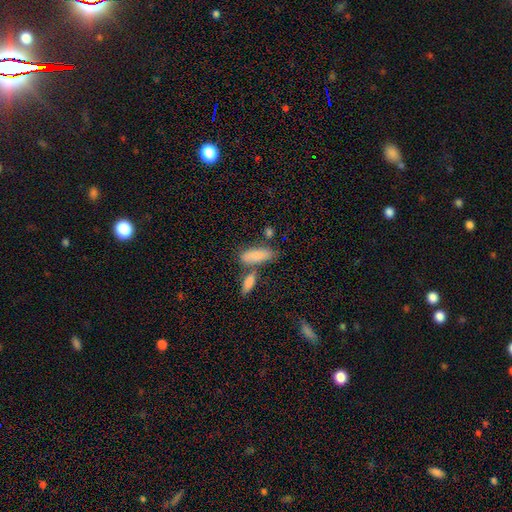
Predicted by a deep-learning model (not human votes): smooth-or-featured: smooth: 84% | featured or disk: 9% | star or artifact: 7%
  how-rounded: in between: 68% | cigar-shaped: 29% | round: 3%
  merging: none: 56% | merger: 26% | minor disturbance: 13% | major disturbance: 5%